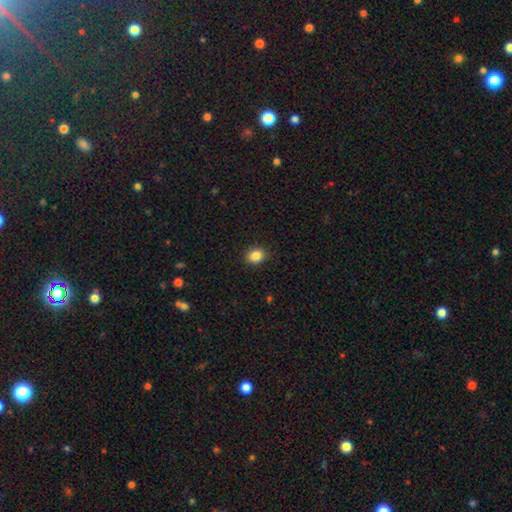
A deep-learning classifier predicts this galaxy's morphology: Q: Smooth or featured?
A: smooth (86%); runner-up: star or artifact (10%)
Q: How rounded?
A: round (50%); runner-up: in between (49%)
Q: Merging?
A: none (89%); runner-up: minor disturbance (8%)